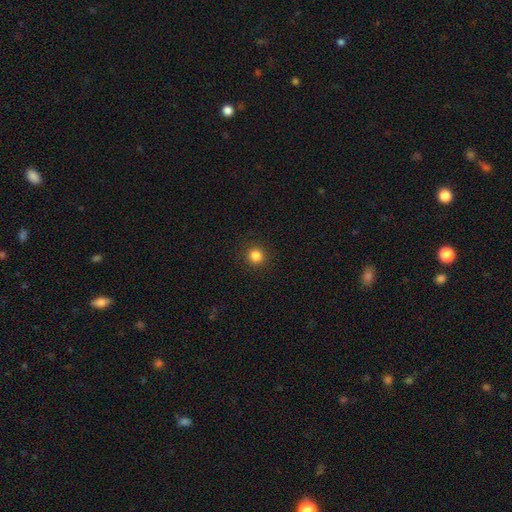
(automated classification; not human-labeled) This appears to be a smooth galaxy with no disk features (84%) that is round (94%). Merging: none (92%).